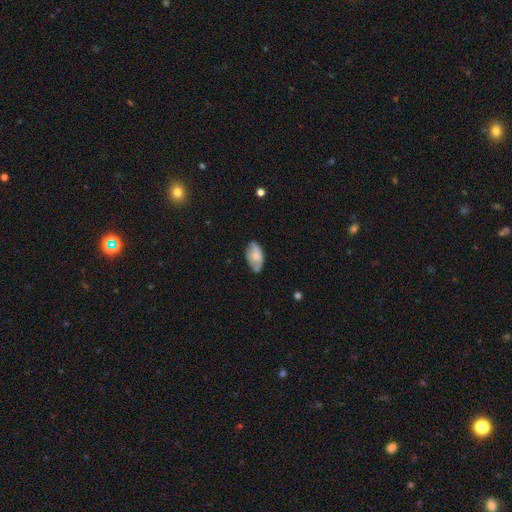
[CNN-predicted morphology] smooth-or-featured: smooth: 64% | featured or disk: 29% | star or artifact: 7%
  how-rounded: in between: 94% | round: 4% | cigar-shaped: 2%
  merging: none: 64% | minor disturbance: 28% | major disturbance: 5% | merger: 2%